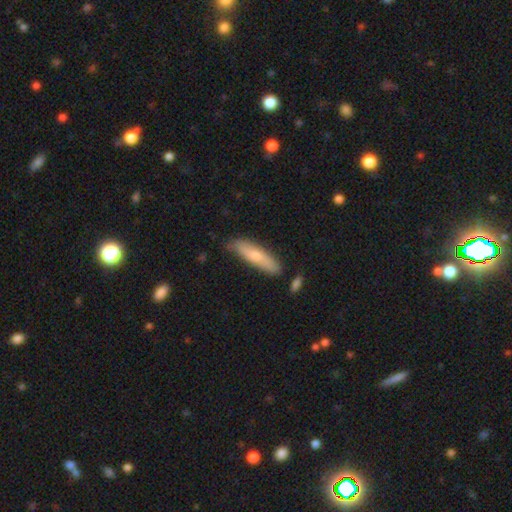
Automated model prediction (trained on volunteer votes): This is likely a smooth galaxy (69%). How rounded: likely cigar-shaped (73%). Merging: likely none (76%).